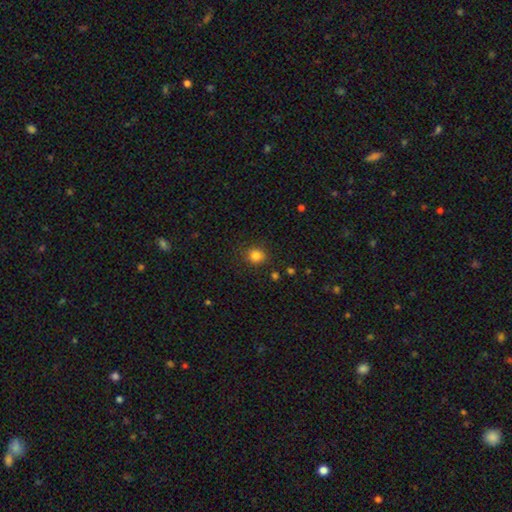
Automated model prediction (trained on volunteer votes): smooth_or_featured: smooth (p=0.83) [alt: star or artifact p=0.12]
how_rounded: round (p=0.81) [alt: in between p=0.18]
merging: none (p=0.85) [alt: minor disturbance p=0.10]